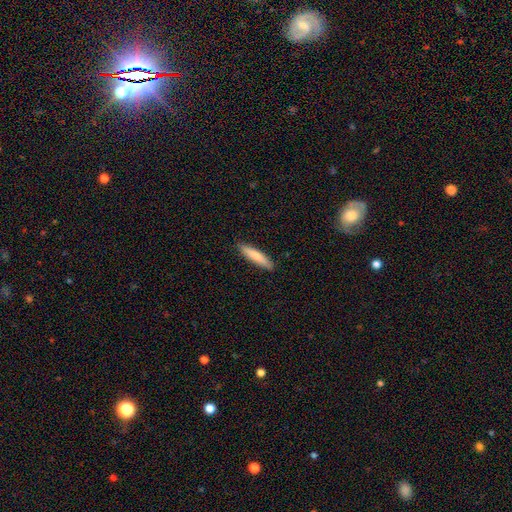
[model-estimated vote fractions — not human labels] smooth 79%, featured or disk 16%, star or artifact 5%. Down the decision tree: how rounded — cigar-shaped (86%); merging — none (90%).